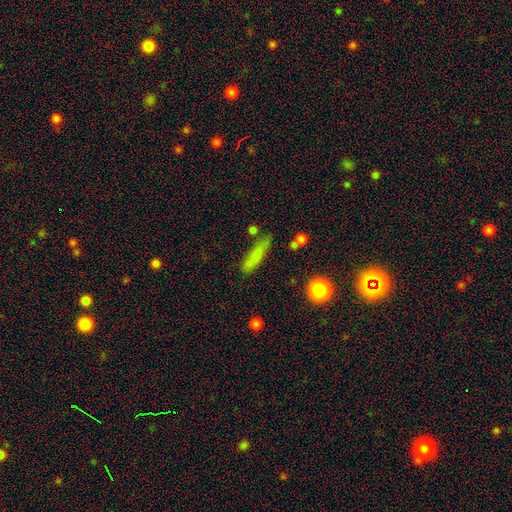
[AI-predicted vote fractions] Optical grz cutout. It shows a smooth galaxy with no disk features (72%) that is cigar-shaped (77%). Merging: none (69%).